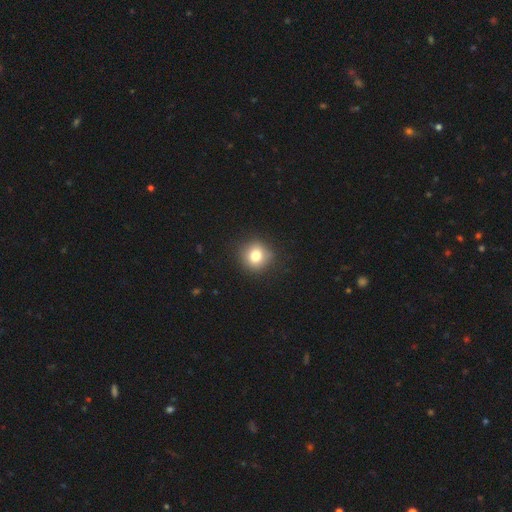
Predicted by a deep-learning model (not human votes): Overall: smooth (80%). How rounded: round (90%). Merging: none (88%).